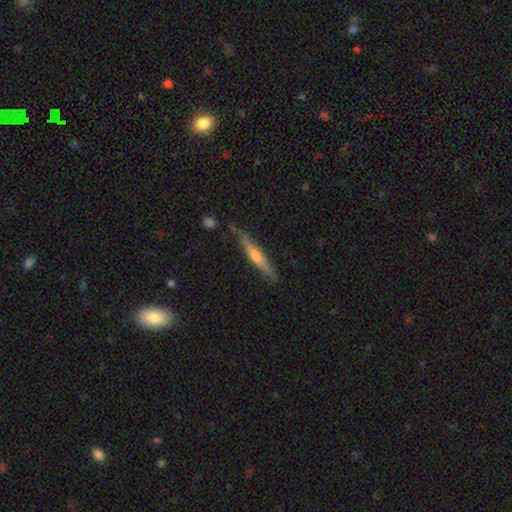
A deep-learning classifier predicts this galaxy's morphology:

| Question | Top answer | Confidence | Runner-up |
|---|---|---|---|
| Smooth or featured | featured or disk | 55% | smooth (39%) |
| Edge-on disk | yes | 94% | no (6%) |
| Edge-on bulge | rounded | 74% | none (19%) |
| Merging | none | 79% | minor disturbance (15%) |